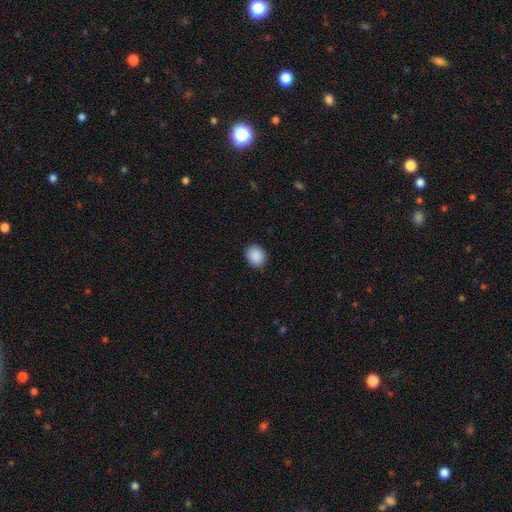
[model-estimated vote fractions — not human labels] The model was most divided on "how rounded": round: 54%, in between: 45%, cigar-shaped: 1%. More confident: smooth or featured — smooth (90%); merging — none (88%).